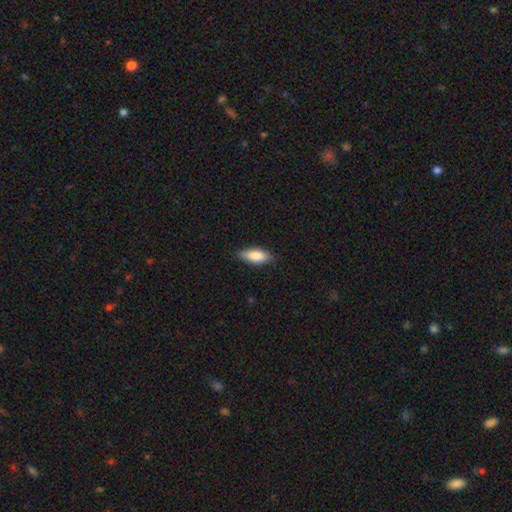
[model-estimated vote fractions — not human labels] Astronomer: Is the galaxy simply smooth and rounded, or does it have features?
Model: smooth — 84%.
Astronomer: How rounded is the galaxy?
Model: in between — 77%.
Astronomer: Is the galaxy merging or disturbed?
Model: none — 84%.